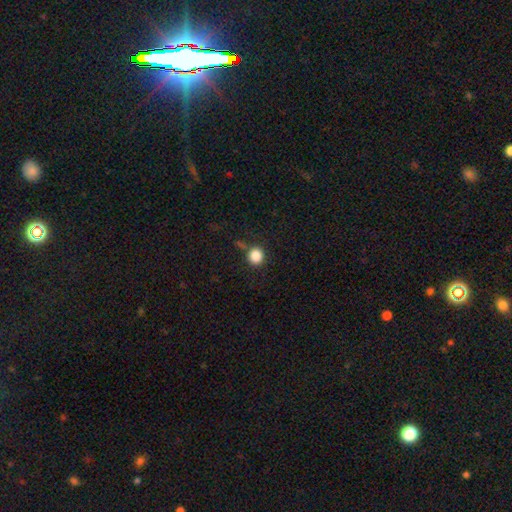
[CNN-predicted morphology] type=smooth (86%); roundness=round (88%); merging=none (75%).